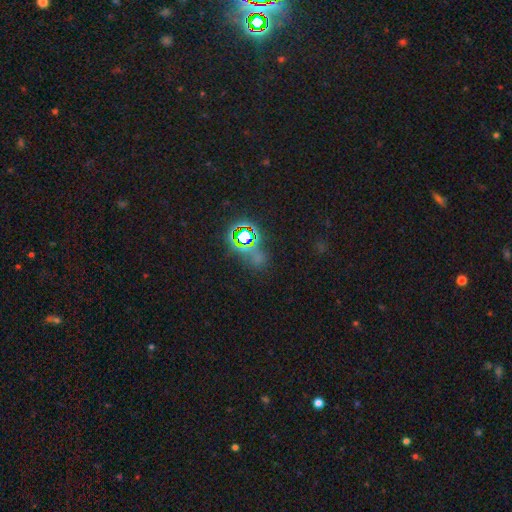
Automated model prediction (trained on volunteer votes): Overall: star or artifact (69%).